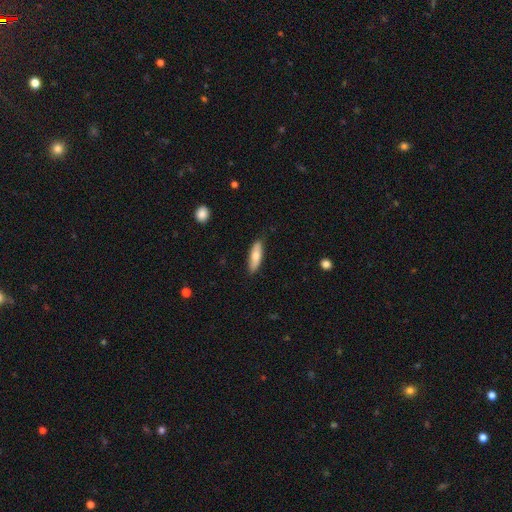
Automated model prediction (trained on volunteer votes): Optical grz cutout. It shows a smooth galaxy with no disk features (72%) that is cigar-shaped (52%). Merging: none (84%).